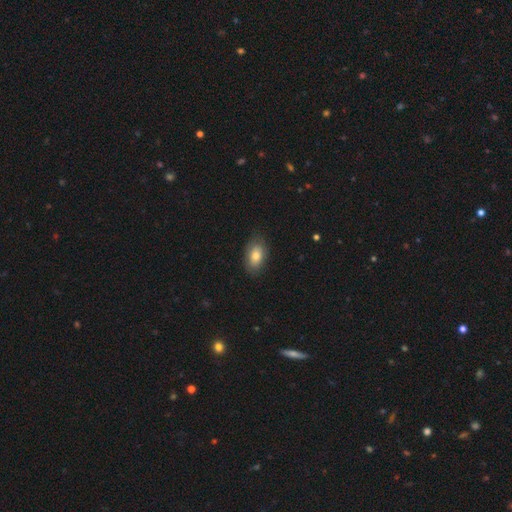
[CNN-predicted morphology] smooth 78%, featured or disk 14%, star or artifact 8%. Down the decision tree: how rounded — in between (90%); merging — none (82%).